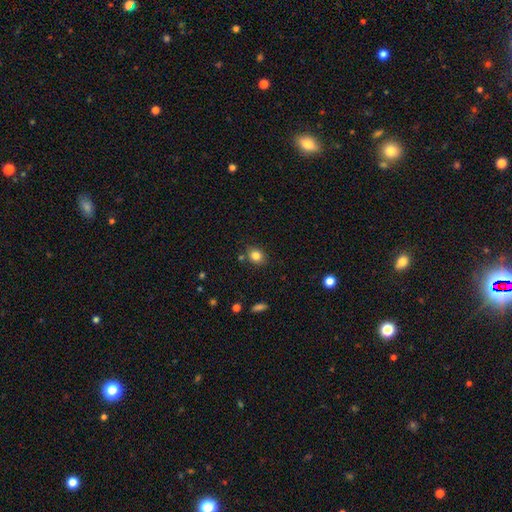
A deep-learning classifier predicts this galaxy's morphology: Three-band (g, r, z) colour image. It shows a smooth galaxy with no disk features (83%) that is round (61%). Merging: none (81%).